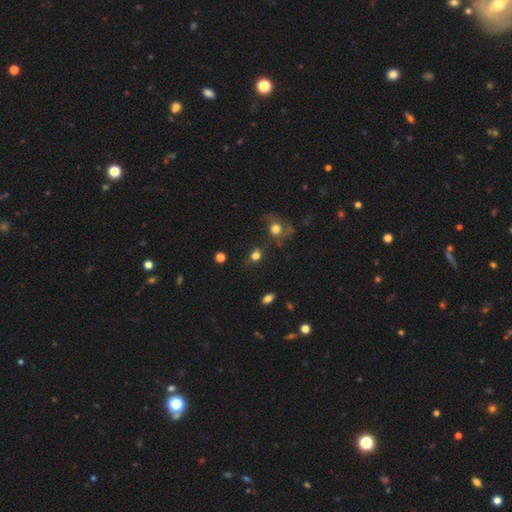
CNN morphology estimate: Q: Smooth or featured?
A: smooth (73%); runner-up: star or artifact (17%)
Q: How rounded?
A: round (64%); runner-up: in between (34%)
Q: Merging?
A: none (62%); runner-up: minor disturbance (16%)